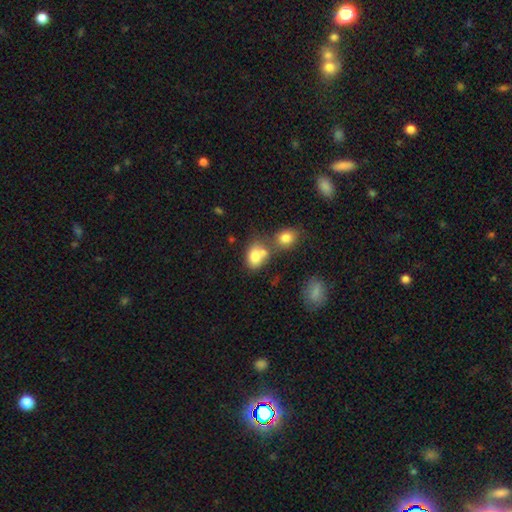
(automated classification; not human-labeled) Smooth or featured? smooth (79%)
How rounded? in between (70%)
Merging? merger (43%)